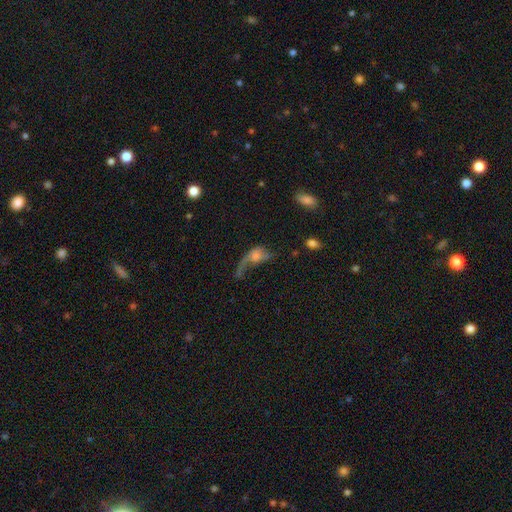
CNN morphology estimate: This appears to be a featured or disk galaxy (50%). Merging: major disturbance (56%).